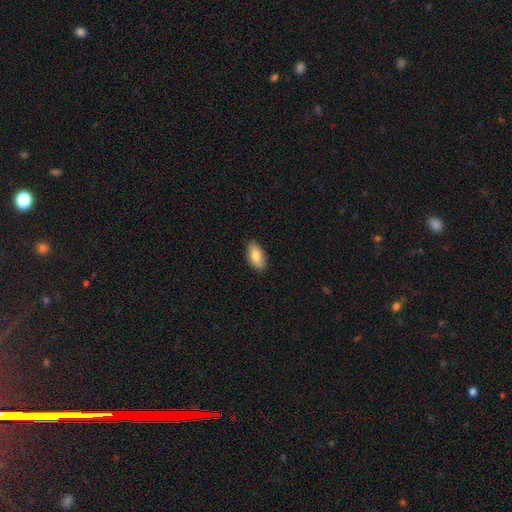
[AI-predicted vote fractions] Q: Smooth or featured?
A: smooth (82%); runner-up: featured or disk (11%)
Q: How rounded?
A: in between (92%); runner-up: cigar-shaped (5%)
Q: Merging?
A: none (88%); runner-up: minor disturbance (9%)